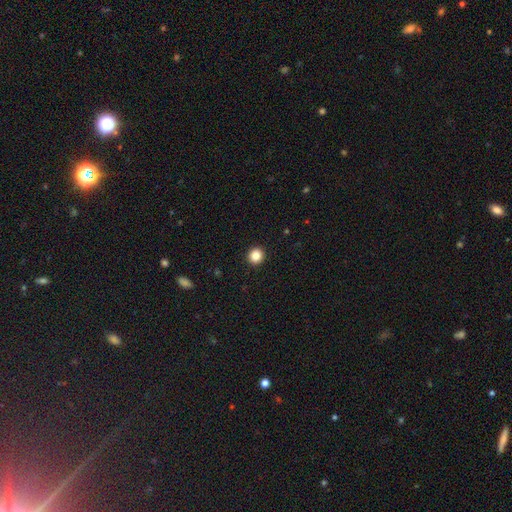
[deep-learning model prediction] Smooth or featured?
  - smooth: 86% *
  - star or artifact: 10%
  - featured or disk: 4%
How rounded?
  - round: 90% *
  - in between: 9%
  - cigar-shaped: 1%
Merging?
  - none: 93% *
  - minor disturbance: 4%
  - major disturbance: 1%
  - merger: 1%